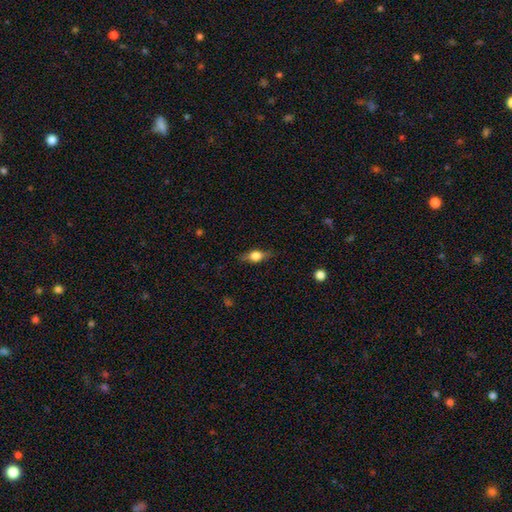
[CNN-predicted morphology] type=smooth (50%); roundness=in between (61%); merging=none (82%).